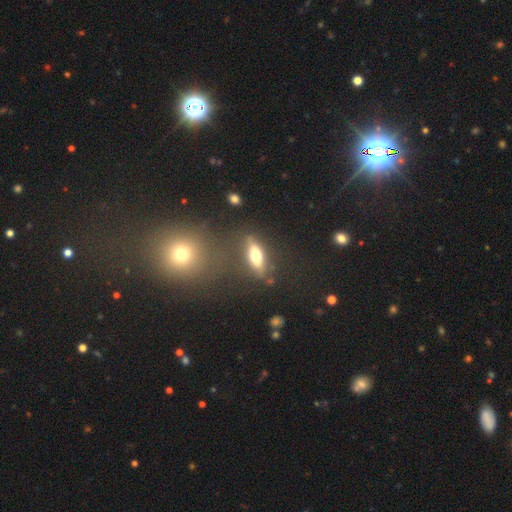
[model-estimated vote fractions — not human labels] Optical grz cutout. It shows a smooth galaxy with no disk features (57%) that is in between round and cigar-shaped (56%). Merging: none (74%).